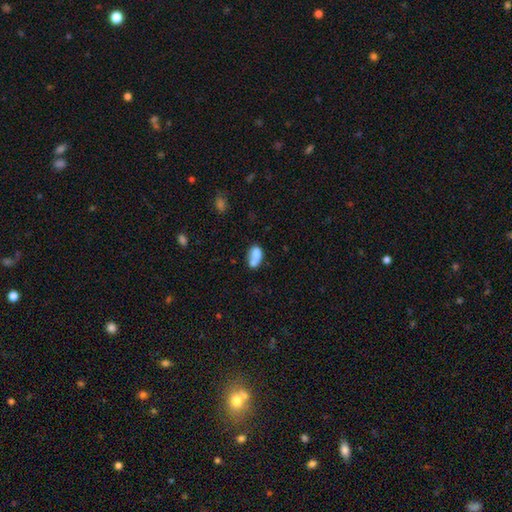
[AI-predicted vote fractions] The model was most divided on "merging": merger: 40%, none: 34%, minor disturbance: 17%, major disturbance: 8%. More confident: how rounded — in between (84%); smooth or featured — smooth (75%).